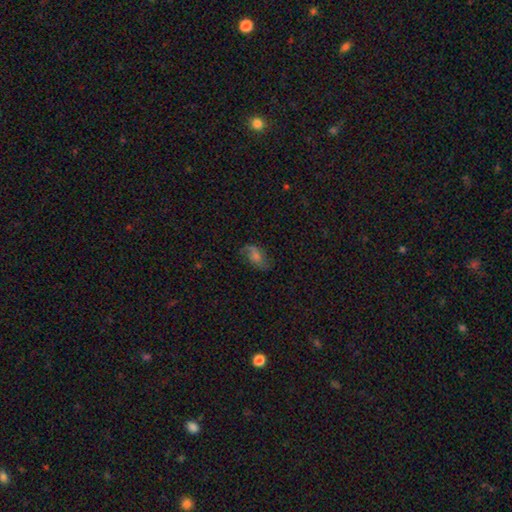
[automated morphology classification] This is possibly a featured or disk galaxy (54%). It is clearly not viewed edge-on (93%). Bar: possibly no (57%). Spiral arm pattern: clearly yes (87%). Central bulge: marginally moderate (43%). Merging: likely none (68%).